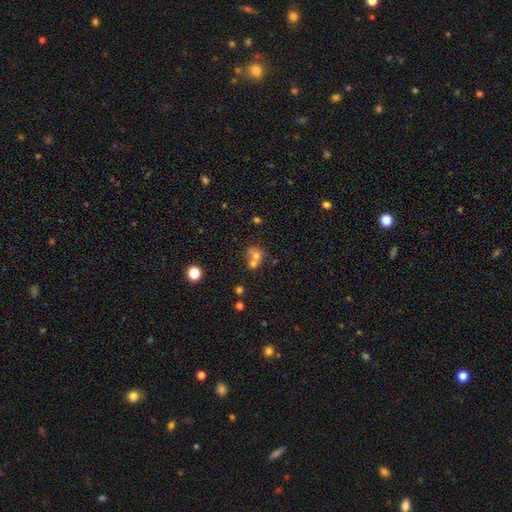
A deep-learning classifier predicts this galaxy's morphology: smooth 62%, featured or disk 23%, star or artifact 16%. Down the decision tree: how rounded — round (69%); merging — merger (58%).